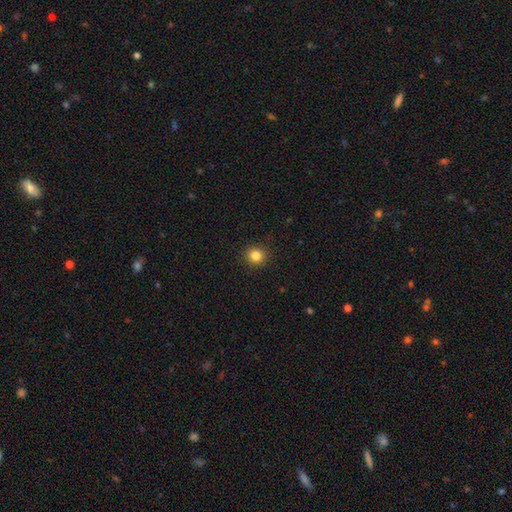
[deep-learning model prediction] Overall: smooth (84%). How rounded: round (91%). Merging: none (92%).